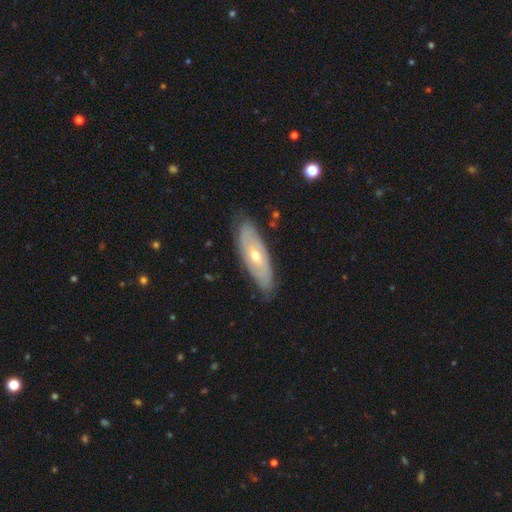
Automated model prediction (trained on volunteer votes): Smooth or featured: featured or disk — 70% (smooth — 24%)
Edge-on disk: no — 76% (yes — 24%)
Bar: no — 78% (weak — 17%)
Spiral arms: yes — 69% (no — 31%)
Bulge size: moderate — 49% (small — 48%)
Merging: none — 82% (minor disturbance — 14%)